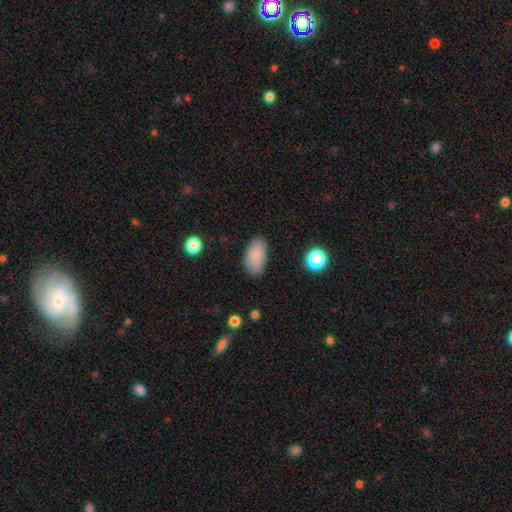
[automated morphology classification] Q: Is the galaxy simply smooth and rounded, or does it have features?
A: smooth — 86%.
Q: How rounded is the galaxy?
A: in between — 94%.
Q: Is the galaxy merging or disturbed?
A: none — 81%.